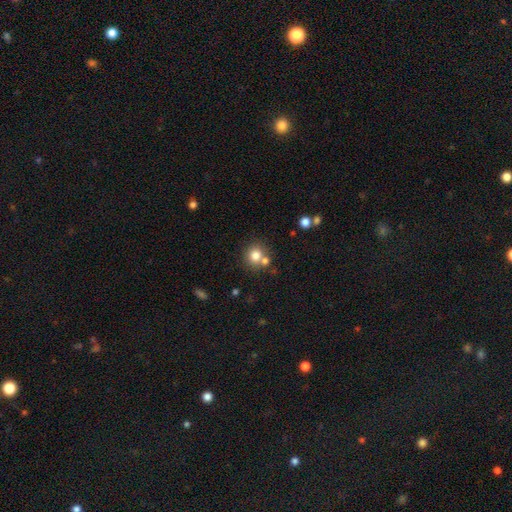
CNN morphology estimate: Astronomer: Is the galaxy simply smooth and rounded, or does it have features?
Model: smooth — 78%.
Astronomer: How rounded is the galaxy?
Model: round — 86%.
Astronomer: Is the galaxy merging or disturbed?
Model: none — 63%.